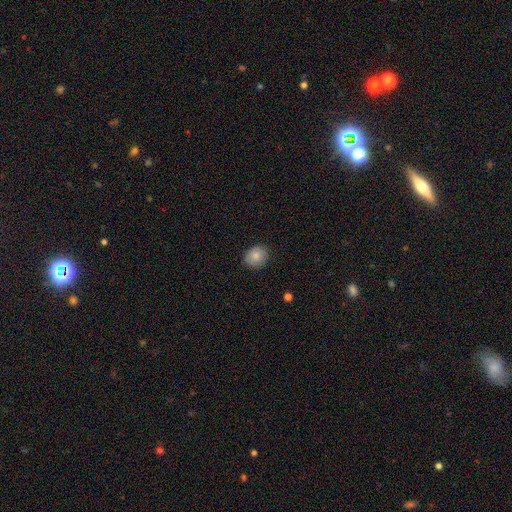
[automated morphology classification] smooth 85%, star or artifact 8%, featured or disk 7%. Down the decision tree: how rounded — round (64%); merging — none (87%).